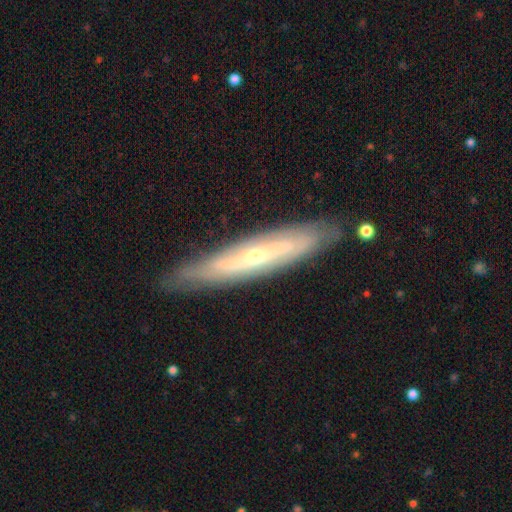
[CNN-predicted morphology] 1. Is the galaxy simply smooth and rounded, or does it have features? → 74% featured or disk, 20% smooth, 6% star or artifact.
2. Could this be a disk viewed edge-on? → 61% yes, 39% no.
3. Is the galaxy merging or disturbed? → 83% none, 13% minor disturbance, 3% major disturbance, 2% merger.